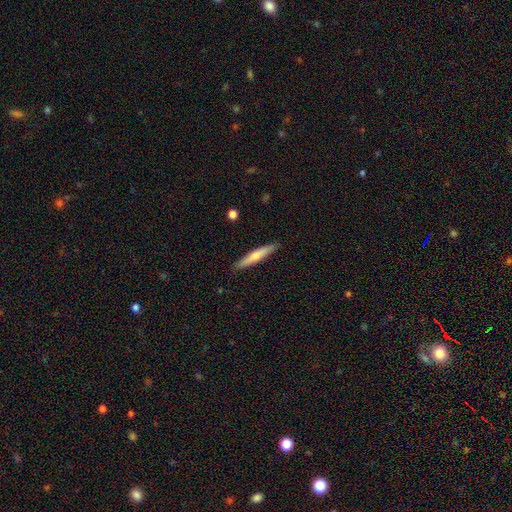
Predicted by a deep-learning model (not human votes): Smooth or featured?
  - smooth: 60% *
  - featured or disk: 35%
  - star or artifact: 5%
How rounded?
  - cigar-shaped: 93% *
  - in between: 6%
  - round: 1%
Merging?
  - none: 89% *
  - minor disturbance: 8%
  - major disturbance: 1%
  - merger: 1%